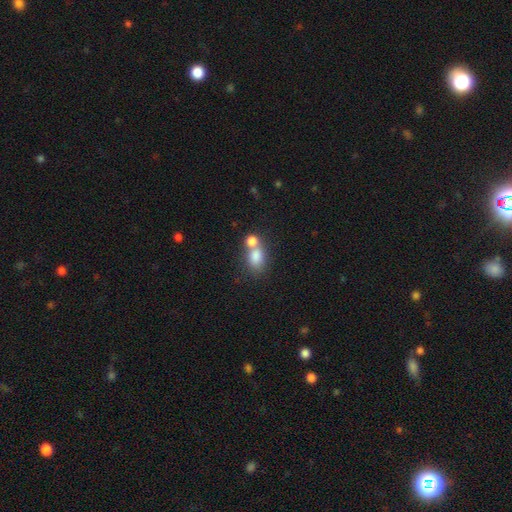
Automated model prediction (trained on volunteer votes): Smooth or featured: smooth — 79% (featured or disk — 11%)
How rounded: in between — 66% (round — 32%)
Merging: merger — 51% (none — 33%)